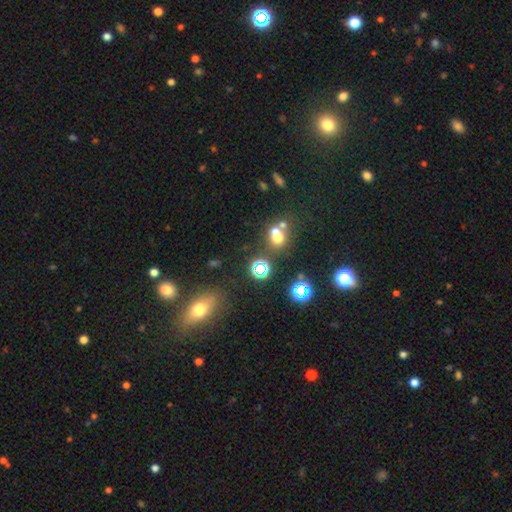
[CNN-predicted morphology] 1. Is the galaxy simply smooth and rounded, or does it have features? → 48% smooth, 39% star or artifact, 13% featured or disk.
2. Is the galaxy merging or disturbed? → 69% none, 16% merger, 10% minor disturbance, 5% major disturbance.